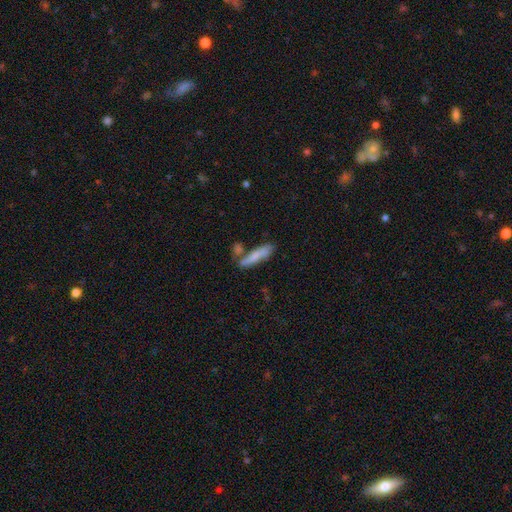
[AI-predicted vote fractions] This is likely a smooth galaxy (72%). How rounded: likely cigar-shaped (78%). Merging: likely none (64%).